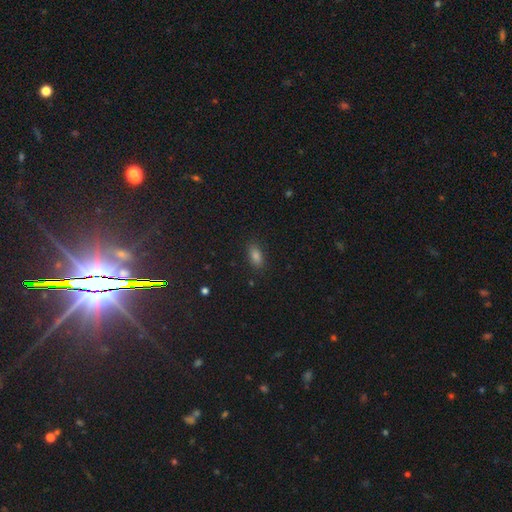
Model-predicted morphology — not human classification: Smooth or featured: smooth — 73% (star or artifact — 20%)
How rounded: in between — 85% (cigar-shaped — 8%)
Merging: none — 87% (minor disturbance — 9%)